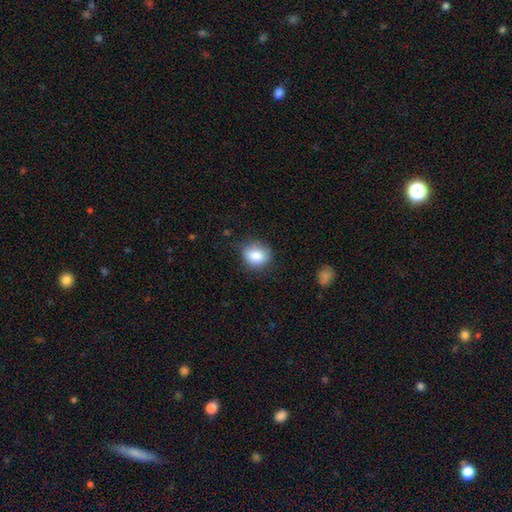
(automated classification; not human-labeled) A smooth galaxy with no disk features (85%) that is round (65%). Merging: none (71%).